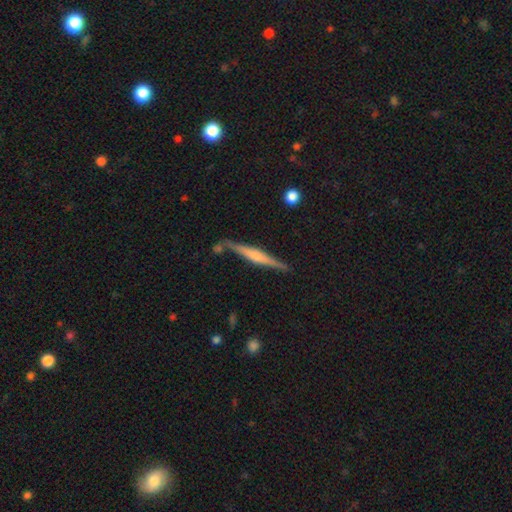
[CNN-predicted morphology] type=featured or disk (67%); edge-on=yes (97%); edge-on bulge=rounded (57%); merging=none (81%).